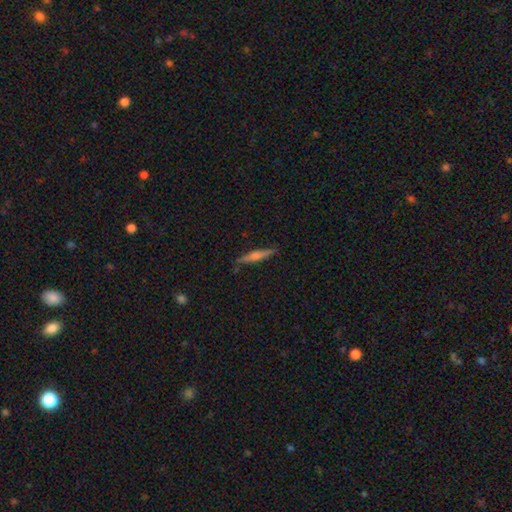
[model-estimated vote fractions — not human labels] Q: Smooth or featured?
A: featured or disk (55%); runner-up: smooth (39%)
Q: Edge-on disk?
A: yes (97%); runner-up: no (3%)
Q: Edge-on bulge?
A: rounded (70%); runner-up: none (18%)
Q: Merging?
A: none (88%); runner-up: minor disturbance (9%)